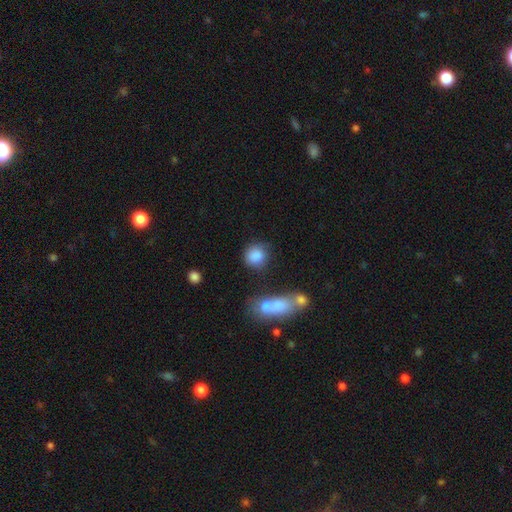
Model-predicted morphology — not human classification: Overall: smooth (85%). How rounded: round (85%). Merging: none (65%).